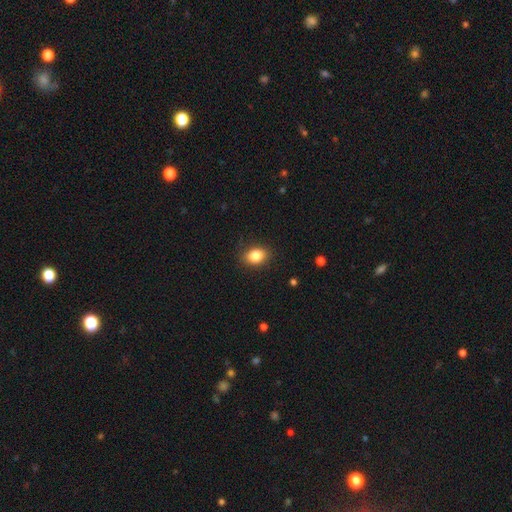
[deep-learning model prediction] Smooth or featured?
  - smooth: 84% *
  - star or artifact: 9%
  - featured or disk: 7%
How rounded?
  - in between: 73% *
  - round: 26%
  - cigar-shaped: 1%
Merging?
  - none: 86% *
  - minor disturbance: 11%
  - major disturbance: 3%
  - merger: 1%